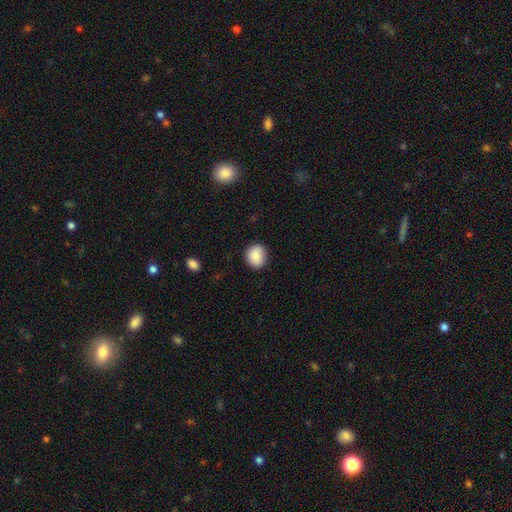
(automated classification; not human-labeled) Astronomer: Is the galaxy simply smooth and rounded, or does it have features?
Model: smooth — 87%.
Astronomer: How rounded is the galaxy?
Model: round — 75%.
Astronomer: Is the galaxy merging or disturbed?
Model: none — 88%.